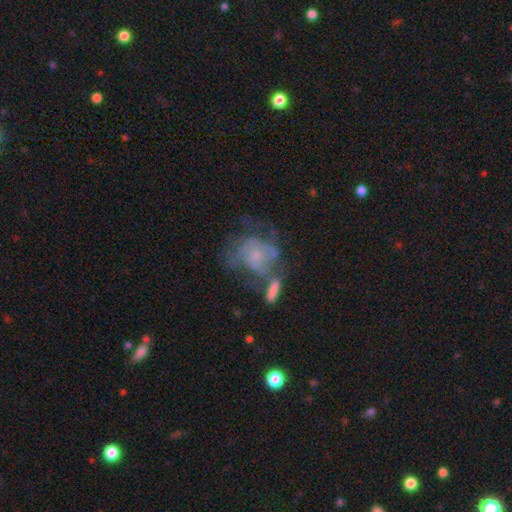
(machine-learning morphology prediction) Q: Smooth or featured?
A: featured or disk (59%); runner-up: smooth (33%)
Q: Edge-on disk?
A: no (97%); runner-up: yes (3%)
Q: Bar?
A: no (80%); runner-up: weak (17%)
Q: Spiral arms?
A: yes (60%); runner-up: no (40%)
Q: Bulge size?
A: small (65%); runner-up: moderate (20%)
Q: Merging?
A: major disturbance (31%); runner-up: none (26%)